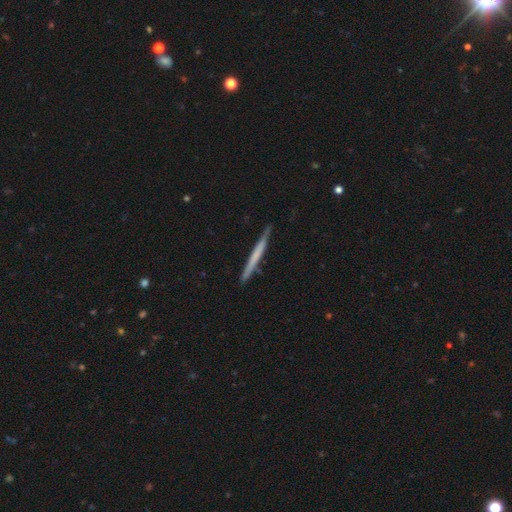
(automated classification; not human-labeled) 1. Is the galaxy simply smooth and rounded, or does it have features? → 50% smooth, 45% featured or disk, 5% star or artifact.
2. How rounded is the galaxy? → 97% cigar-shaped, 2% in between, 1% round.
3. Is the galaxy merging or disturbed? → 88% none, 9% minor disturbance, 1% major disturbance, 1% merger.